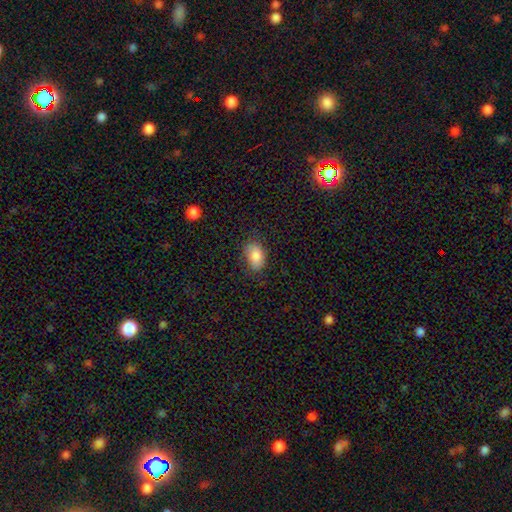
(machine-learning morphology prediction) Smooth or featured? Predicted: smooth (p=0.86). How rounded? Predicted: in between (p=0.89). Merging? Predicted: none (p=0.76).